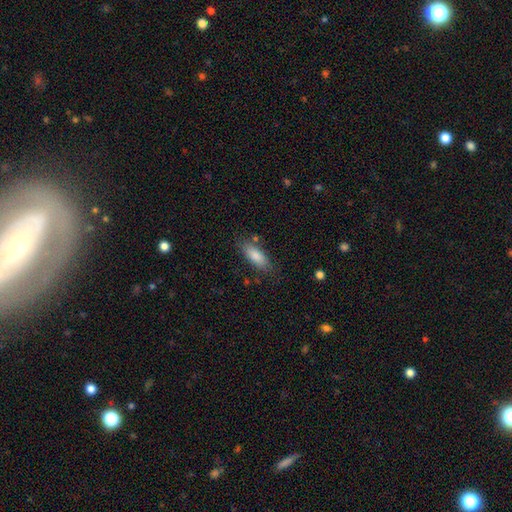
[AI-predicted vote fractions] Smooth or featured?
  - smooth: 83% *
  - featured or disk: 10%
  - star or artifact: 6%
How rounded?
  - in between: 75% *
  - cigar-shaped: 23%
  - round: 2%
Merging?
  - none: 75% *
  - minor disturbance: 16%
  - major disturbance: 4%
  - merger: 4%